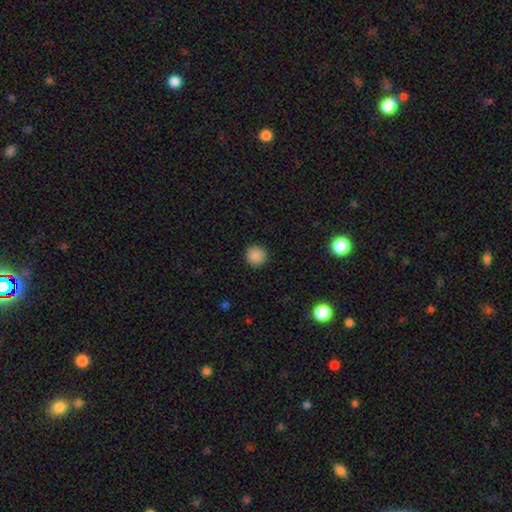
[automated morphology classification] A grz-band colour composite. It shows a smooth galaxy with no disk features (89%) that is round (95%). Merging: none (93%).